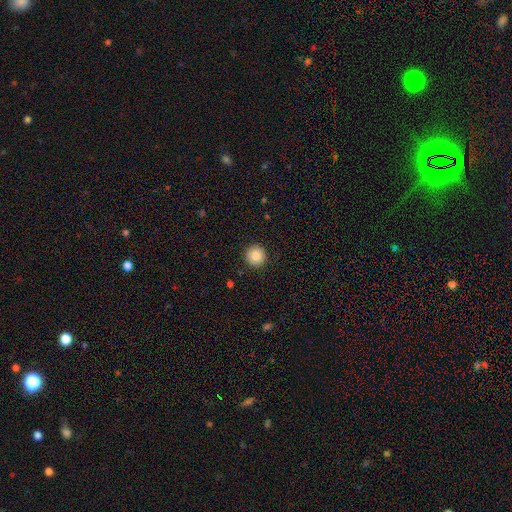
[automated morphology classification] smooth-or-featured: smooth: 84% | star or artifact: 9% | featured or disk: 7%
  how-rounded: round: 95% | in between: 4% | cigar-shaped: 1%
  merging: none: 92% | minor disturbance: 5% | major disturbance: 2% | merger: 1%